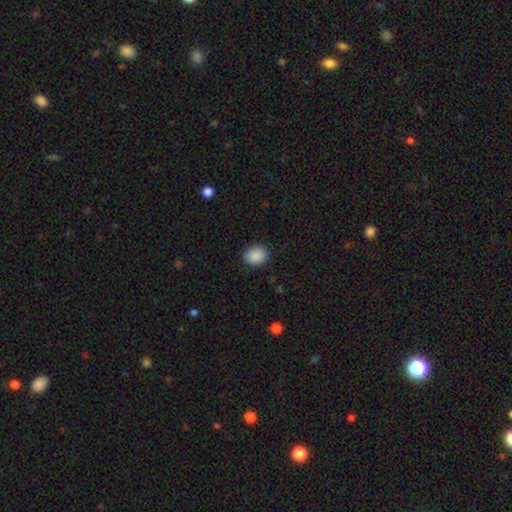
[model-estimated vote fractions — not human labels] The model was most divided on "how rounded": round: 61%, in between: 39%, cigar-shaped: 1%. More confident: smooth or featured — smooth (89%); merging — none (89%).